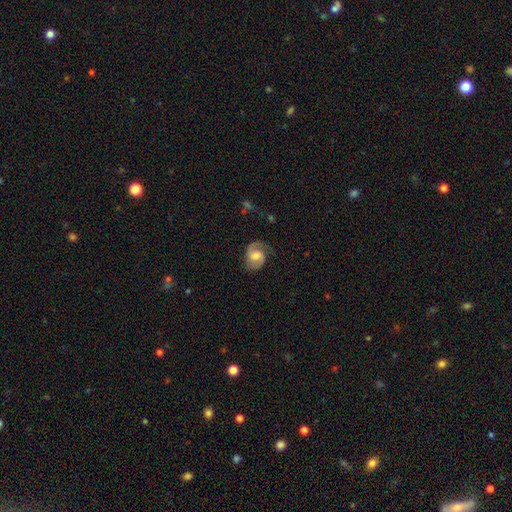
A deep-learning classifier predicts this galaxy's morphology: This appears to be a featured or disk galaxy (75%) with a weak bar (47%), 2 (85%) medium (49%) spiral arms (95%) and a moderate central bulge (57%). Merging: none (71%).